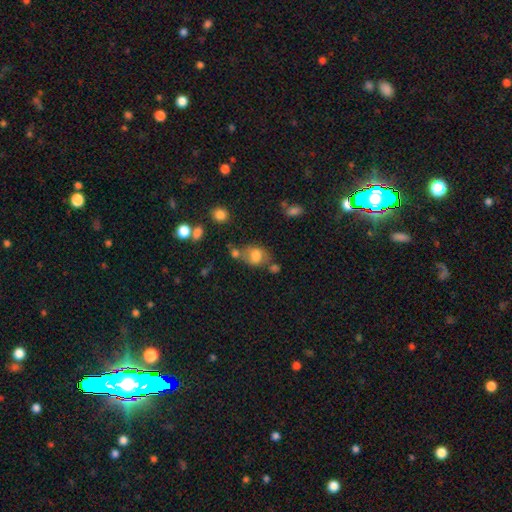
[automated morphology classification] smooth_or_featured: smooth (p=0.70) [alt: featured or disk p=0.19]
how_rounded: in between (p=0.59) [alt: round p=0.39]
merging: none (p=0.47) [alt: merger p=0.24]